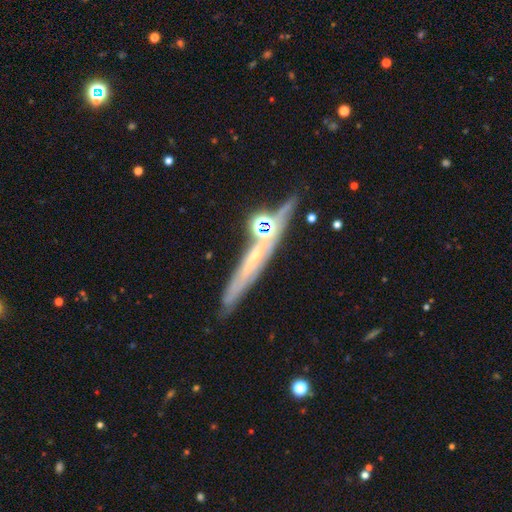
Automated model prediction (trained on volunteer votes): Overall: featured or disk (63%; smooth 24%). Edge-on disk: yes (83%). Edge-on bulge: none (62%; rounded 32%). Merging: none (69%).